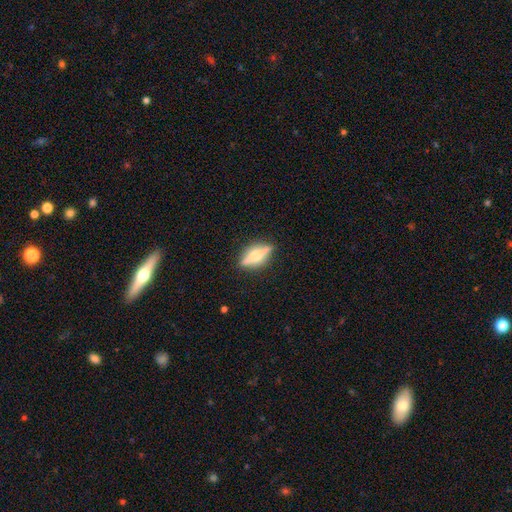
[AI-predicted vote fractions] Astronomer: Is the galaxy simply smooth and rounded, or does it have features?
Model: featured or disk — 67%.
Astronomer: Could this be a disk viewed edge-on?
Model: yes — 91%.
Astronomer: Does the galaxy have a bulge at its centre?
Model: rounded — 91%.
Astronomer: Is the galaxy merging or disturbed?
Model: none — 84%.